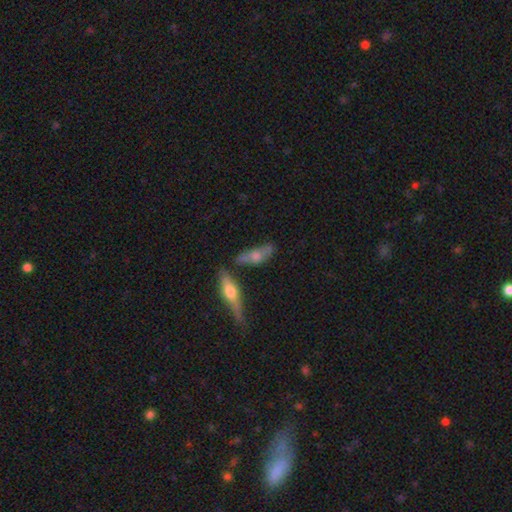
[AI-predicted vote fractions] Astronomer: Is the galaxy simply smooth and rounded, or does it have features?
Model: smooth — 50% (runner-up: featured or disk, 42%).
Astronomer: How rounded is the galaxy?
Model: in between — 54% (runner-up: cigar-shaped, 42%).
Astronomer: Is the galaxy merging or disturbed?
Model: none — 56%.